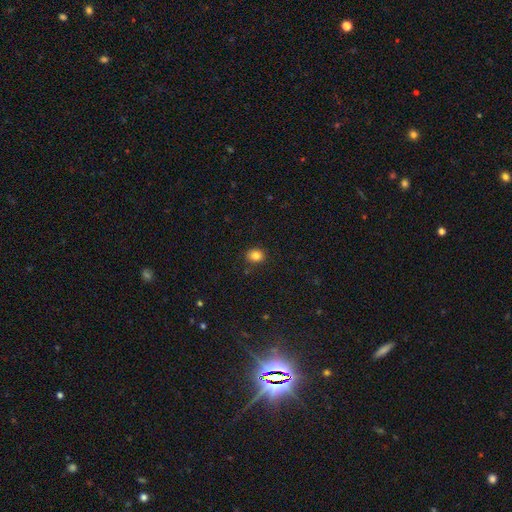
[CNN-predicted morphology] smooth-or-featured: smooth: 84% | star or artifact: 11% | featured or disk: 5%
  how-rounded: round: 63% | in between: 37% | cigar-shaped: 1%
  merging: none: 88% | minor disturbance: 9% | major disturbance: 2% | merger: 2%